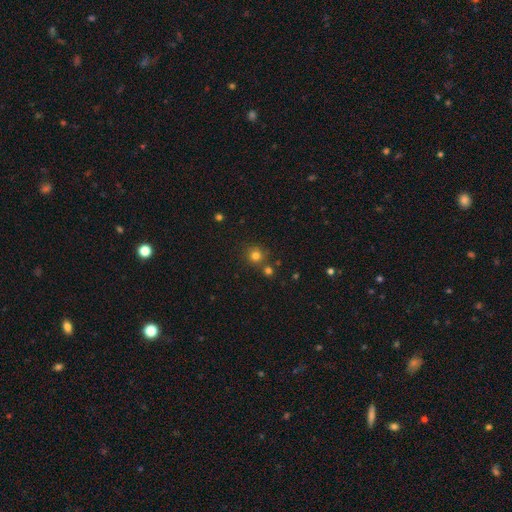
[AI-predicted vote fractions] A smooth galaxy with no disk features (78%) that is round (92%).

Vote fractions:
- Smooth or featured? smooth: 78% / star or artifact: 16% / featured or disk: 6%
- How rounded? round: 92% / in between: 7% / cigar-shaped: 1%
- Merging? none: 75% / merger: 13% / minor disturbance: 8% / major disturbance: 3%